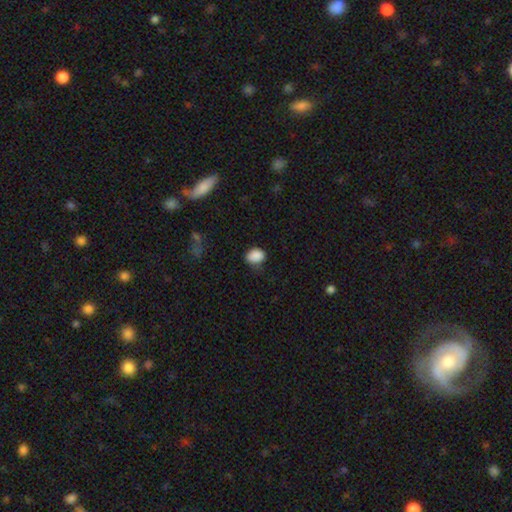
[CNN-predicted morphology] type=smooth (88%); roundness=in between (62%); merging=none (67%).